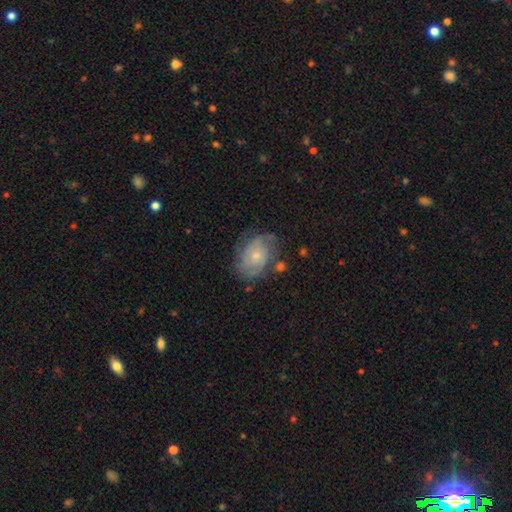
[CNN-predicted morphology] This appears to be a featured or disk galaxy (72%) with no bar (73%), 2 (42%) tight (45%) spiral arms (90%) and a small central bulge (62%). Merging: none (65%).